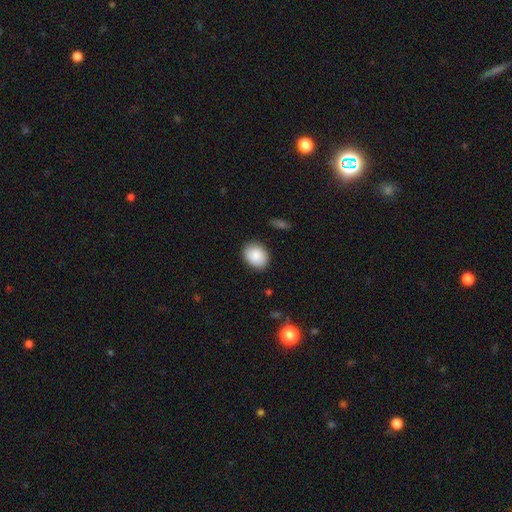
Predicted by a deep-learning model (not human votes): This appears to be a smooth galaxy with no disk features (89%) that is in between round and cigar-shaped (62%). Merging: none (87%).